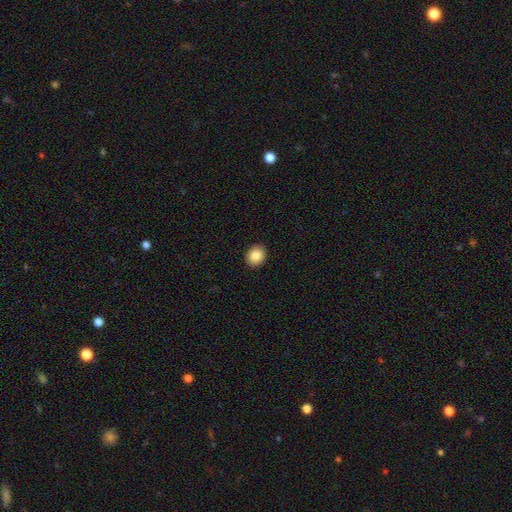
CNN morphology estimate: A smooth galaxy with no disk features (87%) that is round (67%). Merging: none (92%).